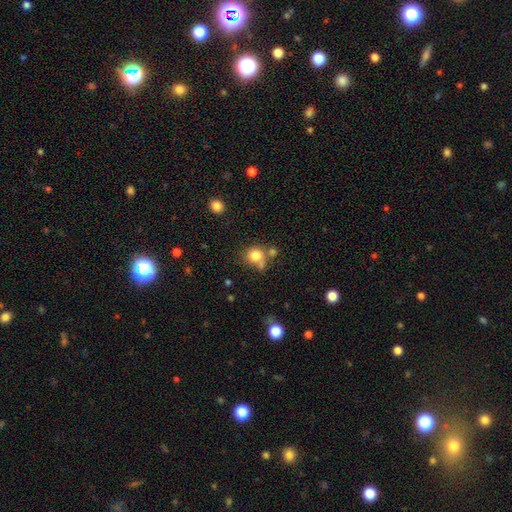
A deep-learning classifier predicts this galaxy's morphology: This appears to be a smooth galaxy with no disk features (80%) that is round (80%). Merging: none (53%).